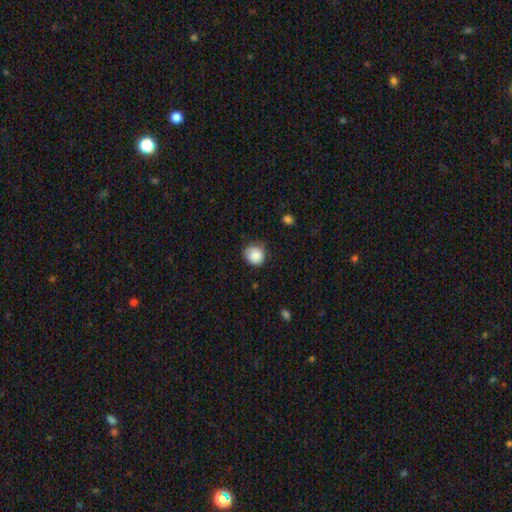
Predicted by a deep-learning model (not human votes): A smooth galaxy with no disk features (87%) that is round (86%). Merging: none (71%).